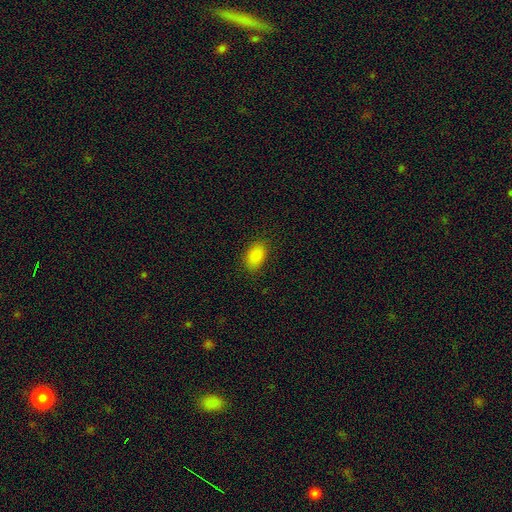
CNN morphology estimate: Q: Smooth or featured?
A: smooth (87%); runner-up: star or artifact (9%)
Q: How rounded?
A: in between (91%); runner-up: round (8%)
Q: Merging?
A: none (86%); runner-up: minor disturbance (10%)